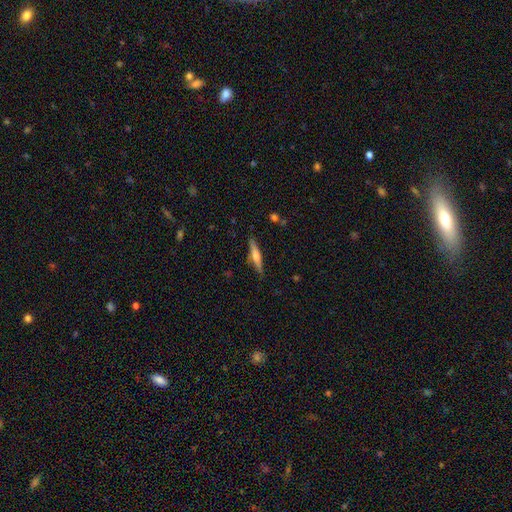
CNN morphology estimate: type=featured or disk (58%); edge-on=yes (96%); edge-on bulge=rounded (76%); merging=none (85%).